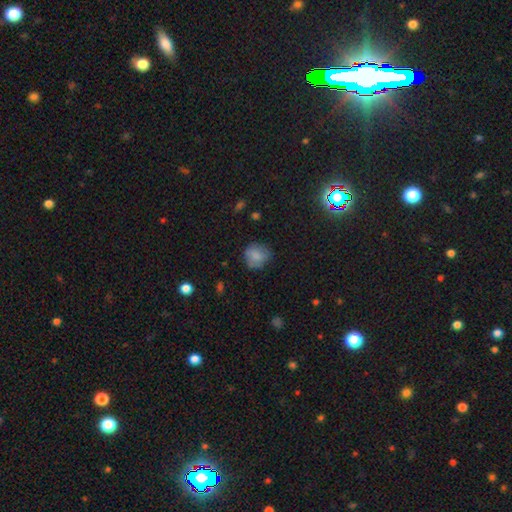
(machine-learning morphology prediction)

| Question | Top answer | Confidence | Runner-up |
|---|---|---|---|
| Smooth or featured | smooth | 76% | featured or disk (14%) |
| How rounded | round | 80% | in between (19%) |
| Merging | none | 66% | minor disturbance (24%) |